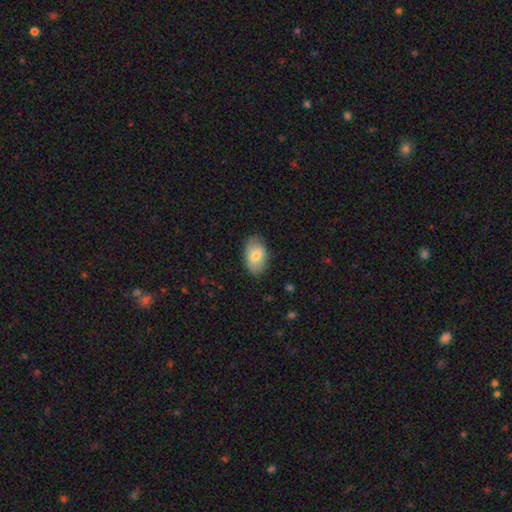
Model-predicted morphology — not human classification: Overall: smooth (70%). How rounded: in between (91%). Merging: none (75%).